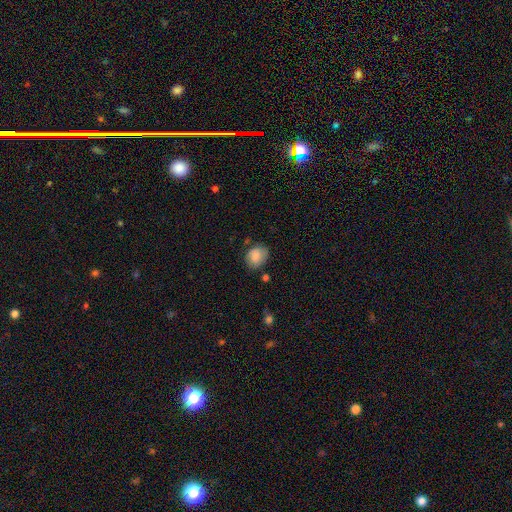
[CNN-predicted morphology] A smooth galaxy with no disk features (82%) that is round (50%).

Vote fractions:
- Smooth or featured? smooth: 82% / featured or disk: 10% / star or artifact: 8%
- How rounded? round: 50% / in between: 49% / cigar-shaped: 1%
- Merging? none: 68% / minor disturbance: 23% / major disturbance: 6% / merger: 4%